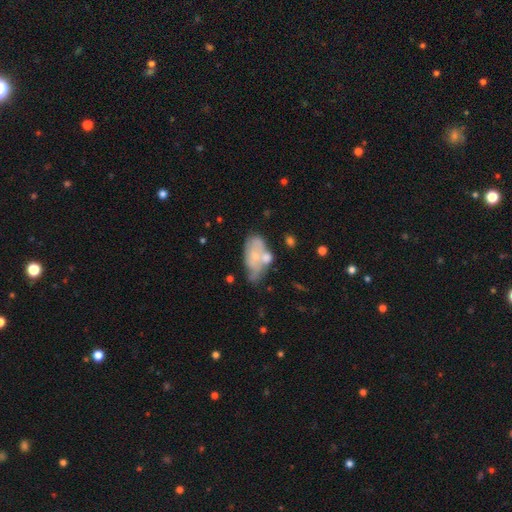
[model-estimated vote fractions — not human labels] A featured or disk galaxy (48%).

Vote fractions:
- Smooth or featured? featured or disk: 48% / smooth: 44% / star or artifact: 8%
- Merging? merger: 31% / none: 29% / minor disturbance: 24% / major disturbance: 15%